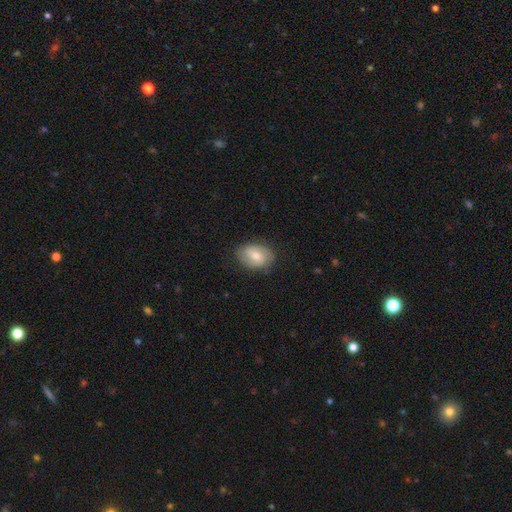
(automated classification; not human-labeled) A smooth galaxy with no disk features (53%) that is in between round and cigar-shaped (78%).

Vote fractions:
- Smooth or featured? smooth: 53% / featured or disk: 40% / star or artifact: 7%
- How rounded? in between: 78% / round: 21% / cigar-shaped: 1%
- Merging? none: 79% / minor disturbance: 16% / major disturbance: 4% / merger: 1%